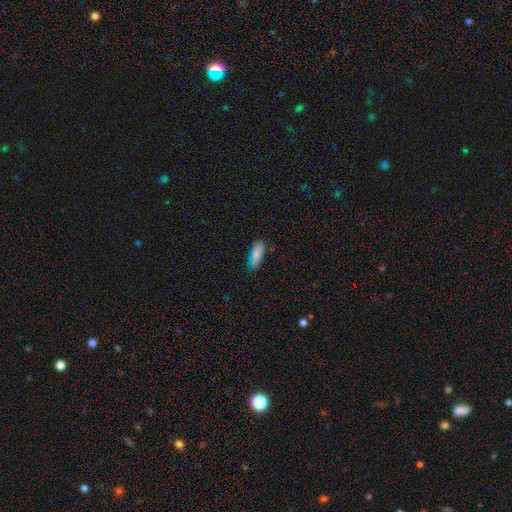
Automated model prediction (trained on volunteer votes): Overall: smooth (84%). How rounded: in between (63%; cigar-shaped 35%). Merging: none (79%).